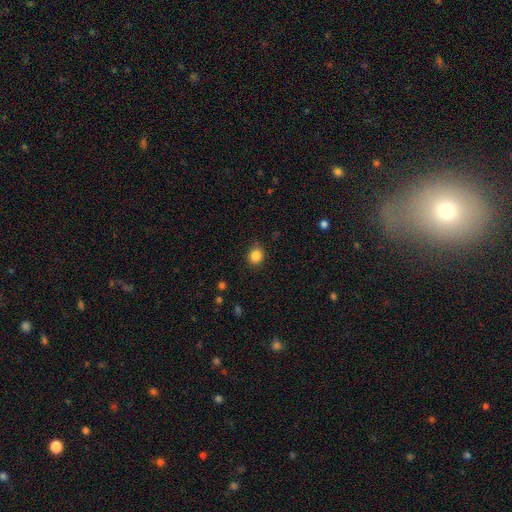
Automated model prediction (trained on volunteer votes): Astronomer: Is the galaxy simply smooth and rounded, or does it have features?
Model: smooth — 86%.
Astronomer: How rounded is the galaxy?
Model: round — 77%.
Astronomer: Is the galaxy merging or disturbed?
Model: none — 88%.